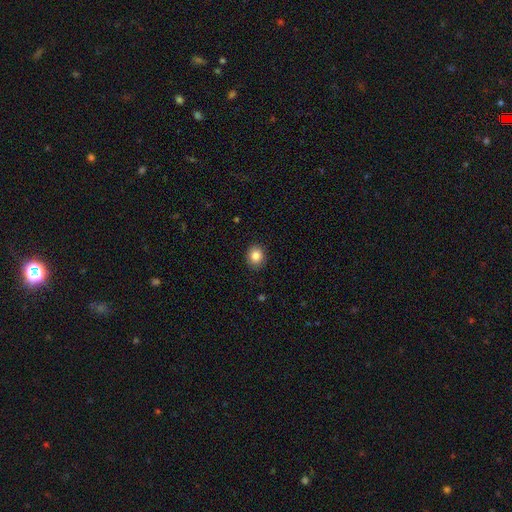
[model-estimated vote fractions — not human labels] This is clearly a smooth galaxy (85%). How rounded: likely round (73%). Merging: clearly none (88%).